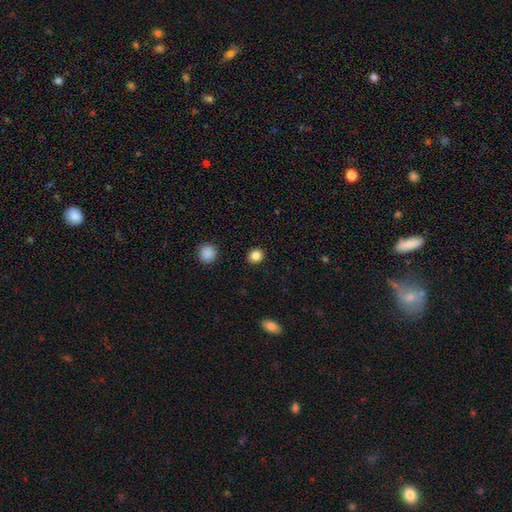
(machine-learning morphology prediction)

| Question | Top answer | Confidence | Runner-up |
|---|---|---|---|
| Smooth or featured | smooth | 85% | star or artifact (11%) |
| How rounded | round | 74% | in between (25%) |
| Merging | none | 91% | minor disturbance (6%) |